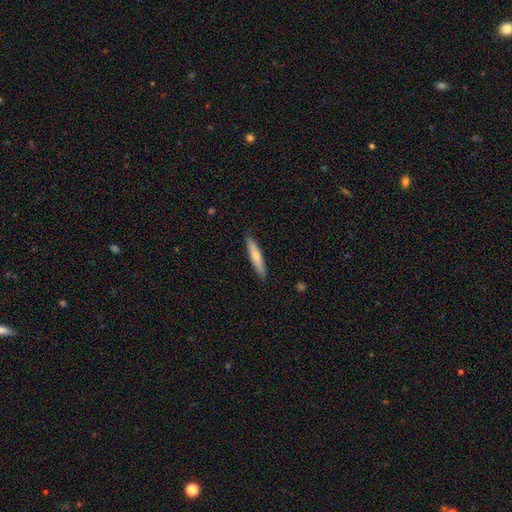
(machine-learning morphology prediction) A smooth galaxy with no disk features (66%) that is cigar-shaped (90%). Merging: none (89%).